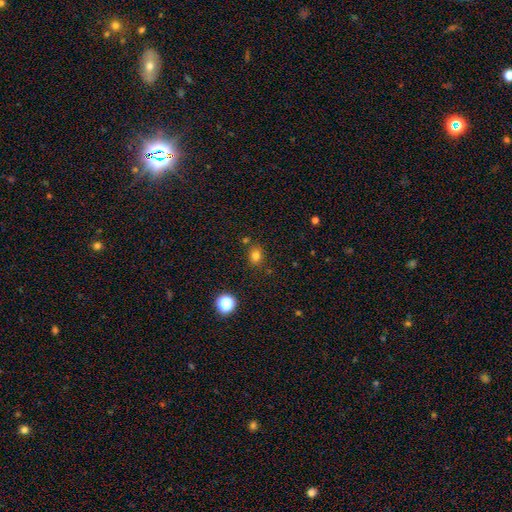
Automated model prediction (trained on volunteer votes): The model was most divided on "how rounded": round: 67%, in between: 32%, cigar-shaped: 1%. More confident: merging — none (80%); smooth or featured — smooth (78%).